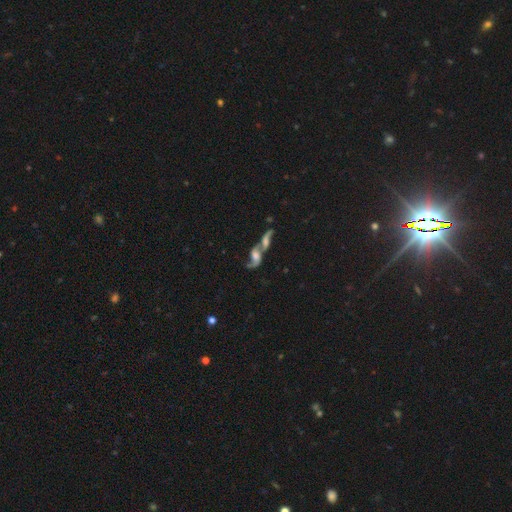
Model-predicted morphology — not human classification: This appears to be a featured or disk galaxy (69%) with no bar (61%), 2 (77%) loose (74%) spiral arms (82%) and a moderate central bulge (38%). Merging: merger (74%).